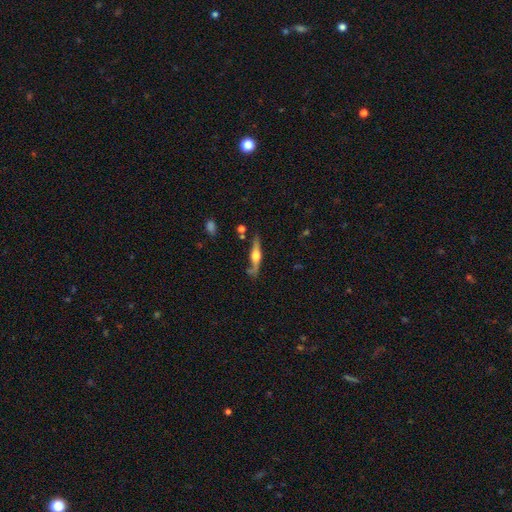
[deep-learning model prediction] Q: Smooth or featured?
A: featured or disk (68%); runner-up: smooth (26%)
Q: Edge-on disk?
A: yes (94%); runner-up: no (6%)
Q: Edge-on bulge?
A: rounded (92%); runner-up: boxy (5%)
Q: Merging?
A: none (69%); runner-up: minor disturbance (19%)